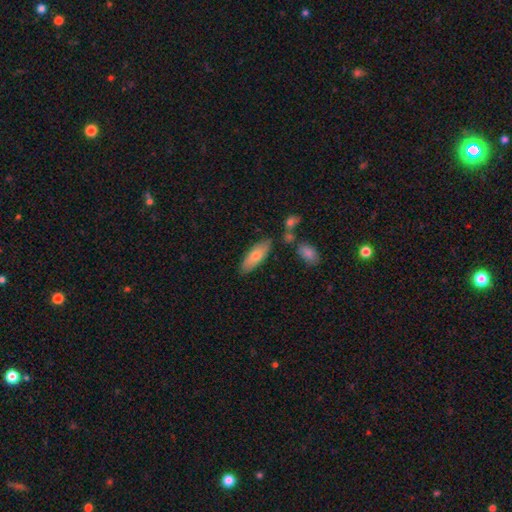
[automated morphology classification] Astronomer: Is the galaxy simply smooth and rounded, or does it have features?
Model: smooth — 70%.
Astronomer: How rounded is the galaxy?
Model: in between — 65%.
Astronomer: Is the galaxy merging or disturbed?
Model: none — 79%.